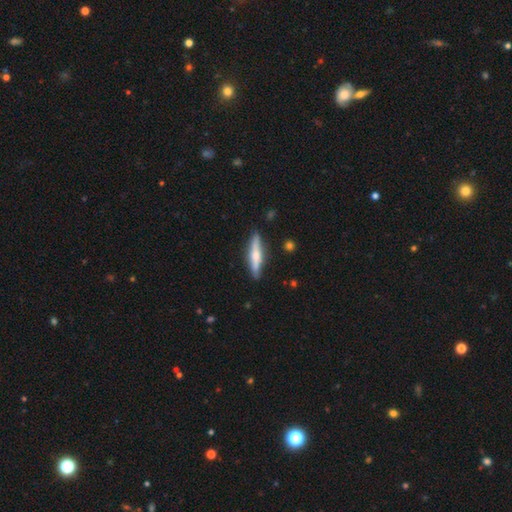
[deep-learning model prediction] smooth_or_featured: featured or disk (p=0.55) [alt: smooth p=0.39]
disk_edge_on: yes (p=0.95) [alt: no p=0.05]
edge_on_bulge: rounded (p=0.82) [alt: none p=0.09]
merging: none (p=0.88) [alt: minor disturbance p=0.09]